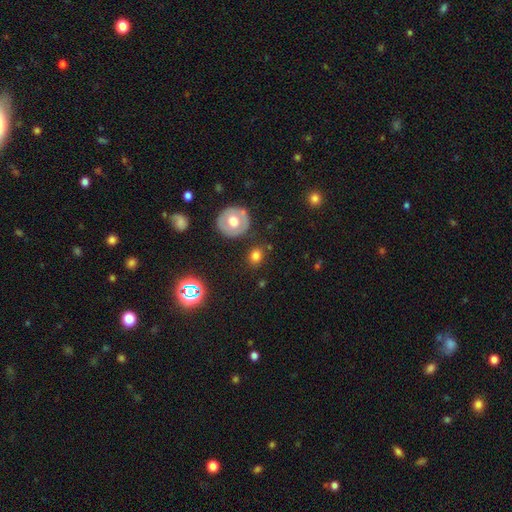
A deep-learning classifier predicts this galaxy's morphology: This is likely a smooth galaxy (74%). How rounded: likely round (63%). Merging: clearly none (82%).